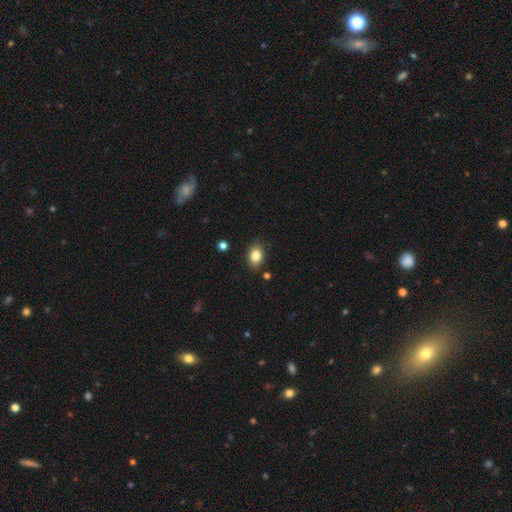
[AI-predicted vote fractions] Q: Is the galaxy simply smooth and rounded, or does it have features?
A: smooth — 83%.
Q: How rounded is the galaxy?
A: in between — 76%.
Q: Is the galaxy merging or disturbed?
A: none — 84%.